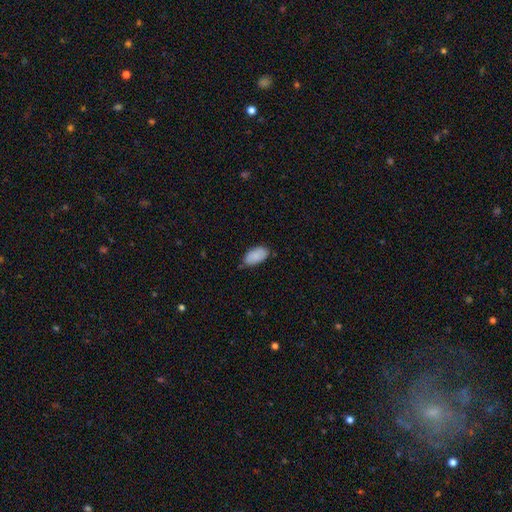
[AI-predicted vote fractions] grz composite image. It shows a smooth galaxy with no disk features (86%) that is in between round and cigar-shaped (94%). Merging: none (70%).